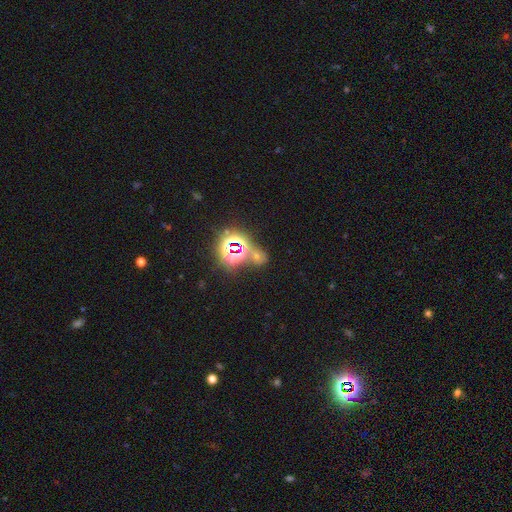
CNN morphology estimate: Smooth or featured: star or artifact — 74% (smooth — 18%)